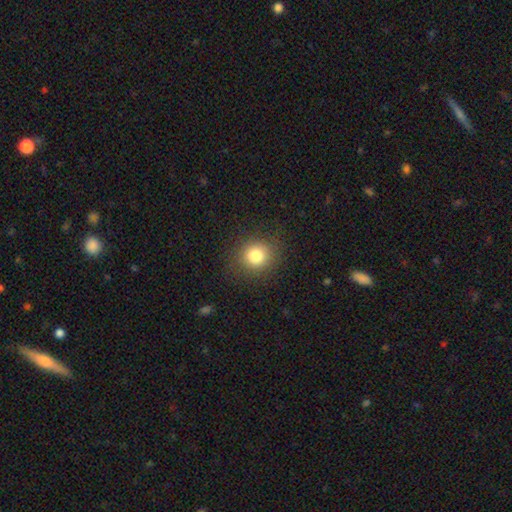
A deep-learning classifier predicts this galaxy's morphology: type=smooth (80%); roundness=round (83%); merging=none (87%).